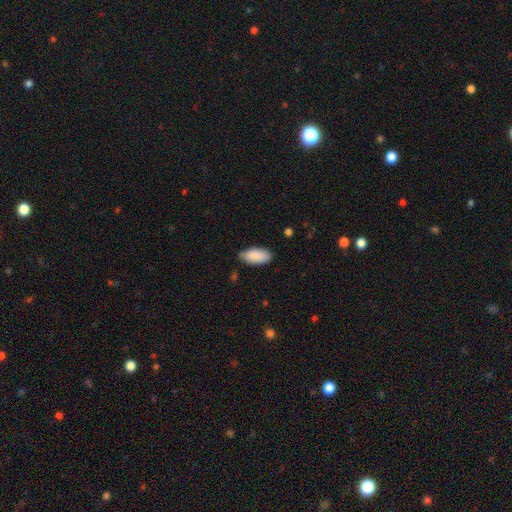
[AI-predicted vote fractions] The model was most divided on "merging": none: 78%, minor disturbance: 18%, major disturbance: 3%, merger: 1%. More confident: how rounded — in between (92%); smooth or featured — smooth (90%).